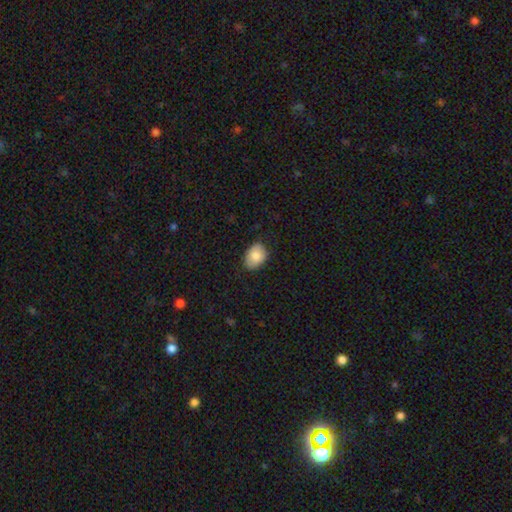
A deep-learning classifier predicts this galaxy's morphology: Overall: smooth (82%). How rounded: in between (76%). Merging: none (79%).